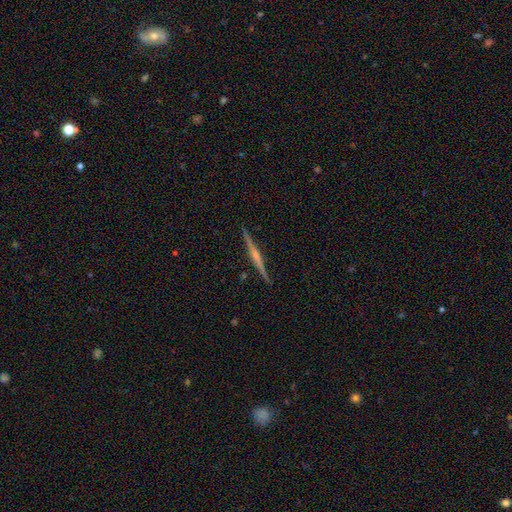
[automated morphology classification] This appears to be a featured or disk galaxy (79%) viewed edge-on (98%) with a rounded central bulge (67%). Merging: none (92%).